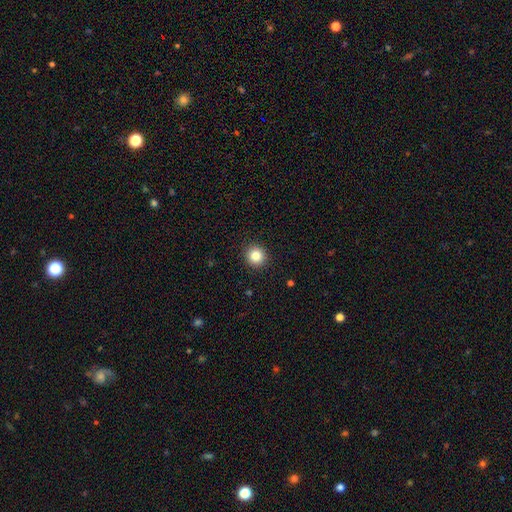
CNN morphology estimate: This is clearly a smooth galaxy (84%). How rounded: clearly round (92%). Merging: clearly none (92%).